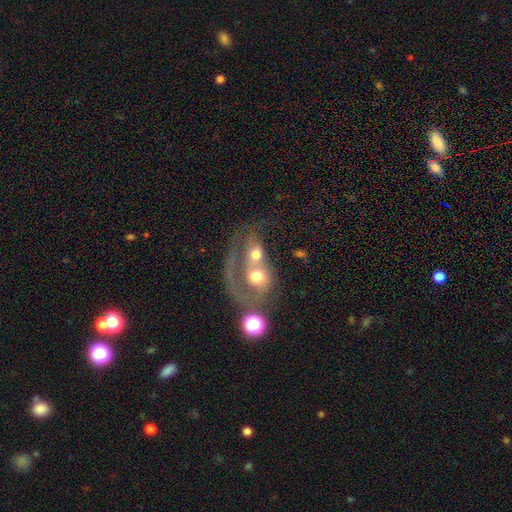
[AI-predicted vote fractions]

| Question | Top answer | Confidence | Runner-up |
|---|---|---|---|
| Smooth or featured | featured or disk | 62% | smooth (28%) |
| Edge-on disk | no | 97% | yes (3%) |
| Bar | no | 78% | weak (17%) |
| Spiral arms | yes | 63% | no (37%) |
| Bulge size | moderate | 63% | large (15%) |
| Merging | merger | 70% | major disturbance (12%) |